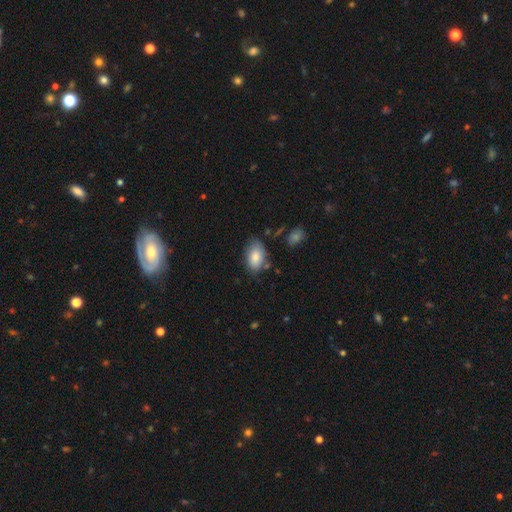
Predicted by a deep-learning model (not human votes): Morphology: type=smooth (82%); roundness=in between (91%); merging=none (68%).